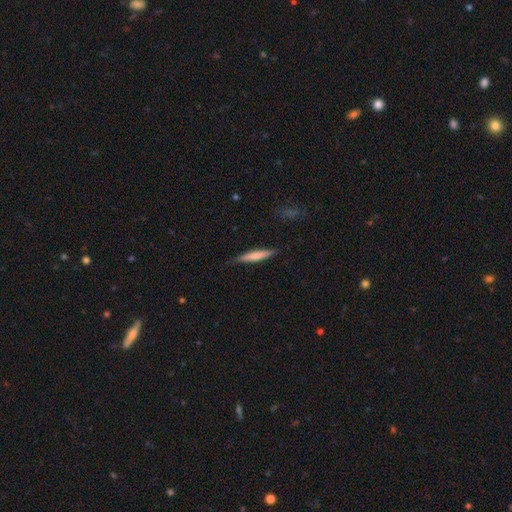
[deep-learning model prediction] This is likely a smooth galaxy (66%). How rounded: clearly cigar-shaped (92%). Merging: clearly none (84%).